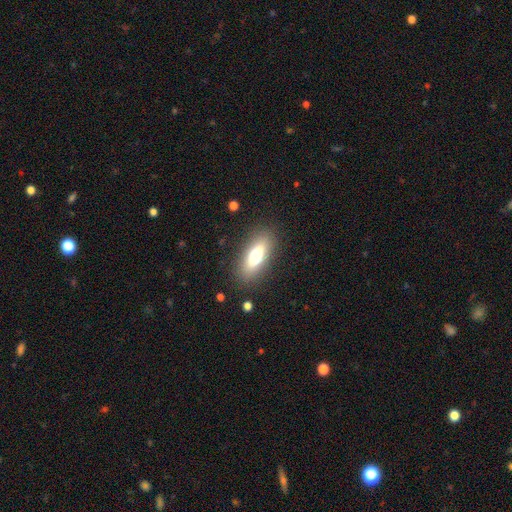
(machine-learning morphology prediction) Smooth or featured? Predicted: smooth (p=0.67). How rounded? Predicted: in between (p=0.67). Merging? Predicted: none (p=0.86).